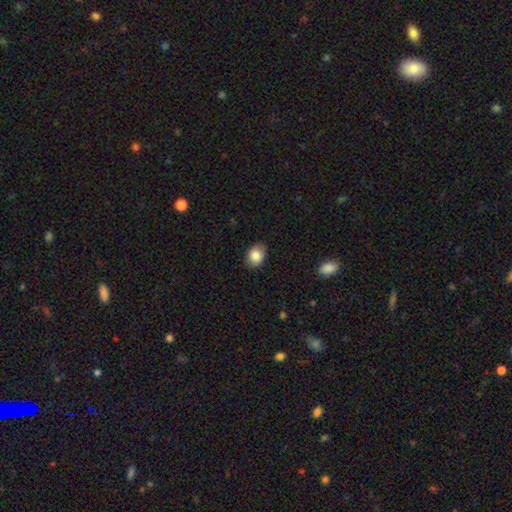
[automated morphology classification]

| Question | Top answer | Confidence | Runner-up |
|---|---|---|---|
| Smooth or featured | smooth | 86% | star or artifact (8%) |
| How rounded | in between | 58% | round (41%) |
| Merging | none | 81% | minor disturbance (15%) |